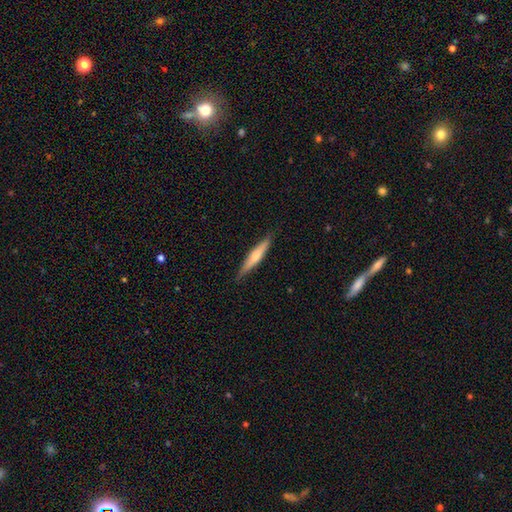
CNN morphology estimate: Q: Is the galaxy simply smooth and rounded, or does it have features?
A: smooth — 51%.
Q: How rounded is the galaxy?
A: cigar-shaped — 90%.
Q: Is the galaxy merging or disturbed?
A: none — 87%.